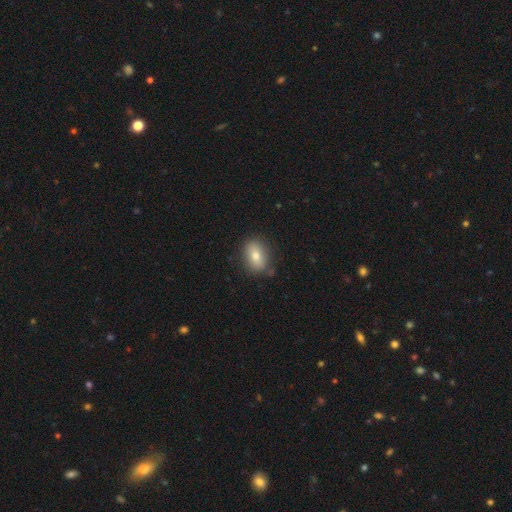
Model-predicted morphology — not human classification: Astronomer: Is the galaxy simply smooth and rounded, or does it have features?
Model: smooth — 74%.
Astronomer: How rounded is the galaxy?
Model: in between — 77%.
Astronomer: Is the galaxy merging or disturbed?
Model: none — 79%.